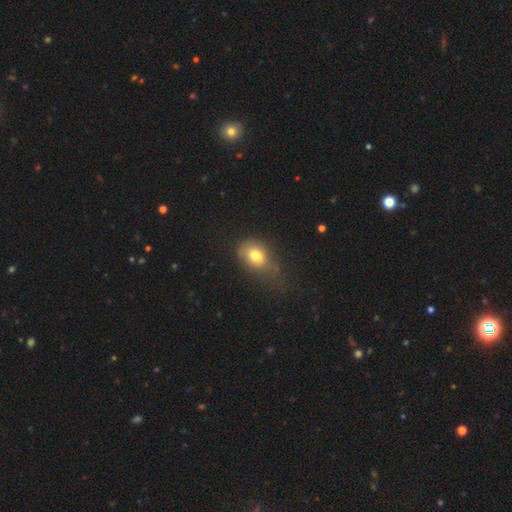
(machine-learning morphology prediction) This appears to be a smooth galaxy with no disk features (75%) that is in between round and cigar-shaped (68%). Merging: none (36%, tied with minor disturbance).